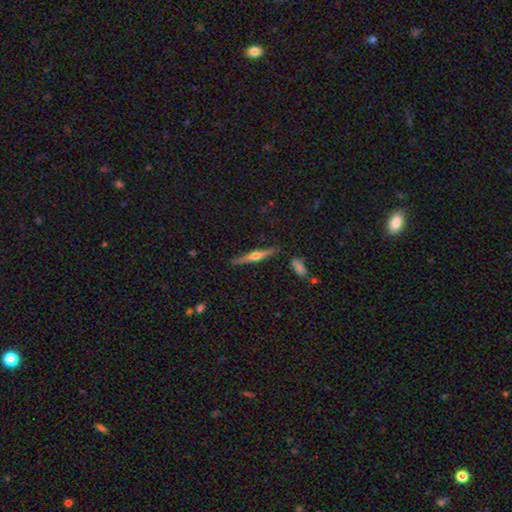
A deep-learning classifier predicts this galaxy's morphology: A featured or disk galaxy (67%) viewed edge-on (97%) with a rounded central bulge (91%).

Vote fractions:
- Smooth or featured? featured or disk: 67% / smooth: 26% / star or artifact: 6%
- Edge-on disk? yes: 97% / no: 3%
- Edge-on bulge? rounded: 91% / none: 5% / boxy: 4%
- Merging? none: 85% / minor disturbance: 10% / merger: 3% / major disturbance: 2%